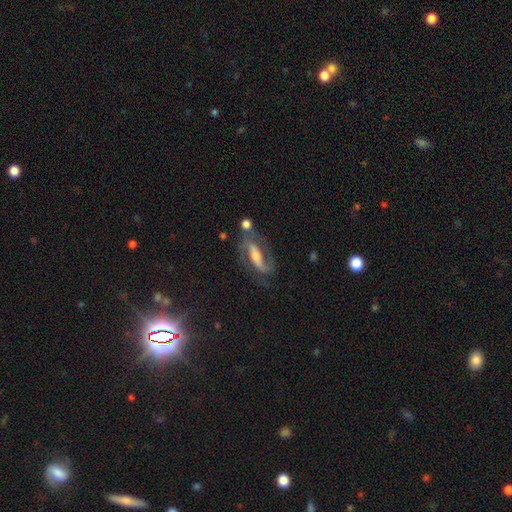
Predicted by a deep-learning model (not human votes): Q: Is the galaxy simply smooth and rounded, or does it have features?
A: featured or disk — 81%.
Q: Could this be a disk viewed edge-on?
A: no — 89%.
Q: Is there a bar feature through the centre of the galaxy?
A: strong — 51%.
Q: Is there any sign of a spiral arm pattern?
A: yes — 93%.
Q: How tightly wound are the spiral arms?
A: medium — 51%.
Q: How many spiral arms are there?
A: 2 — 89%.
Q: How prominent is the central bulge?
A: moderate — 50%.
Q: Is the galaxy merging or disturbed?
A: none — 66%.